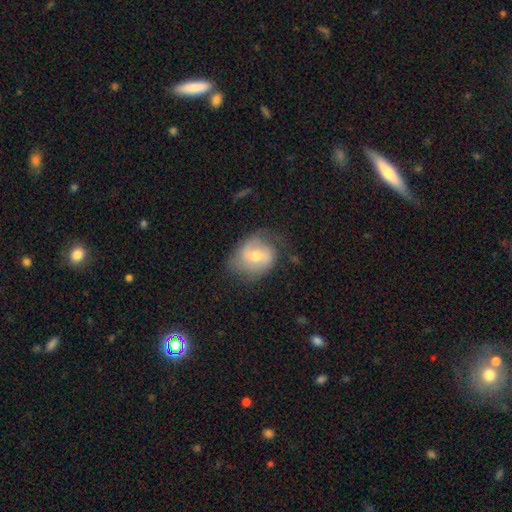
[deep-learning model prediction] A featured or disk galaxy (55%) with a weak bar (45%), spiral arms (72%) and a moderate central bulge (64%).

Vote fractions:
- Smooth or featured? featured or disk: 55% / smooth: 38% / star or artifact: 7%
- Edge-on disk? no: 96% / yes: 4%
- Bar? weak: 45% / no: 38% / strong: 17%
- Spiral arms? yes: 72% / no: 28%
- Bulge size? moderate: 64% / small: 30% / large: 4% / none: 1% / dominant: 1%
- Merging? none: 56% / minor disturbance: 28% / major disturbance: 14% / merger: 2%